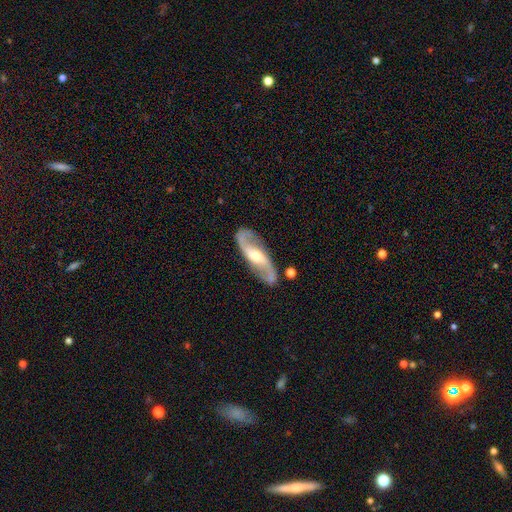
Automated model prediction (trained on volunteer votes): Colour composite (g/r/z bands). It shows a featured or disk galaxy (87%) with a weak bar (41%), 2 (93%) loose (63%) spiral arms (95%) and a moderate central bulge (61%). Merging: none (84%).